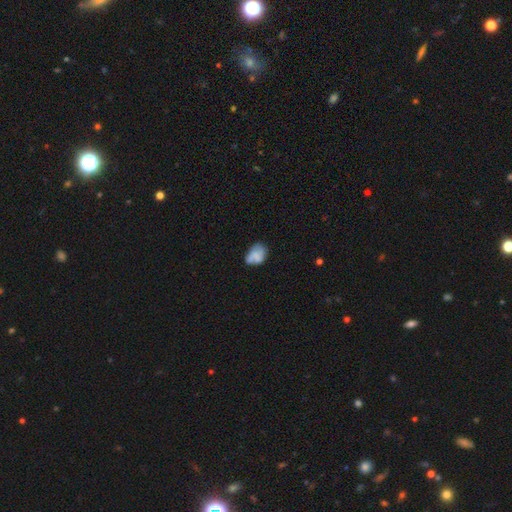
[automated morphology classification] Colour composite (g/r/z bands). It shows a smooth galaxy with no disk features (62%) that is in between round and cigar-shaped (76%). Merging: none (44%).